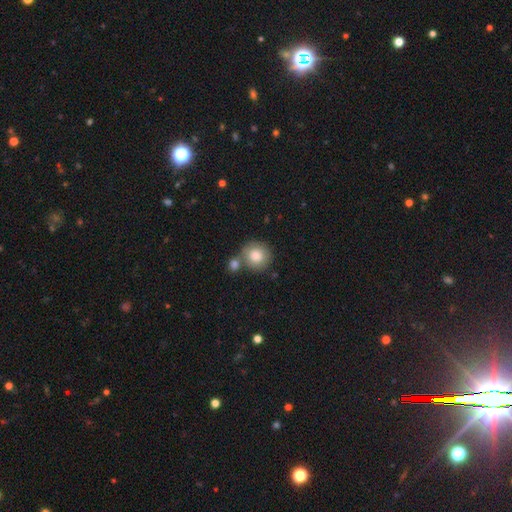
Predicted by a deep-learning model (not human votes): smooth_or_featured: smooth (p=0.83) [alt: featured or disk p=0.10]
how_rounded: round (p=0.90) [alt: in between p=0.09]
merging: none (p=0.57) [alt: merger p=0.27]